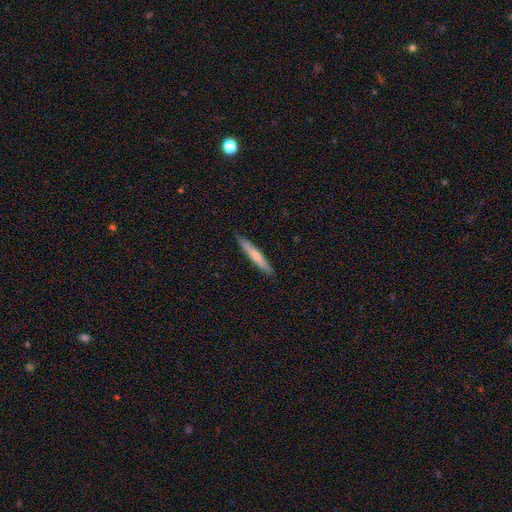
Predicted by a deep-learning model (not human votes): smooth-or-featured: smooth: 62% | featured or disk: 32% | star or artifact: 5%
  how-rounded: cigar-shaped: 94% | in between: 4% | round: 1%
  merging: none: 87% | minor disturbance: 10% | major disturbance: 2% | merger: 1%